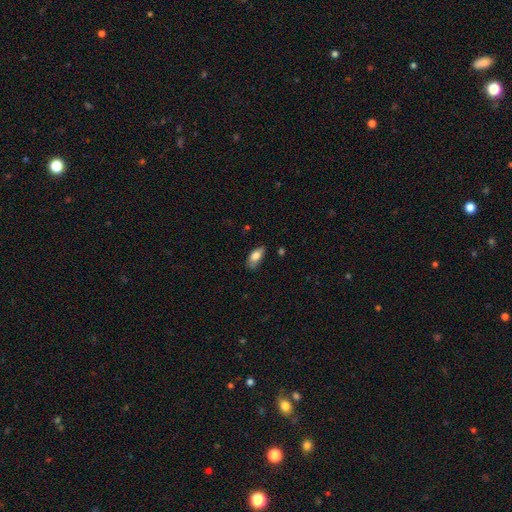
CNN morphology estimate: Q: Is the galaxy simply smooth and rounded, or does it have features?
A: smooth — 78%.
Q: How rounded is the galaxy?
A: in between — 87%.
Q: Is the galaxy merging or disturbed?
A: none — 64%.